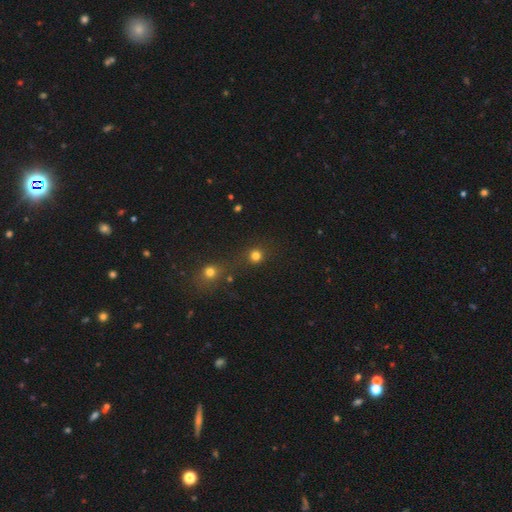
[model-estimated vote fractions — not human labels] Smooth or featured? smooth (77%)
How rounded? round (91%)
Merging? none (72%)